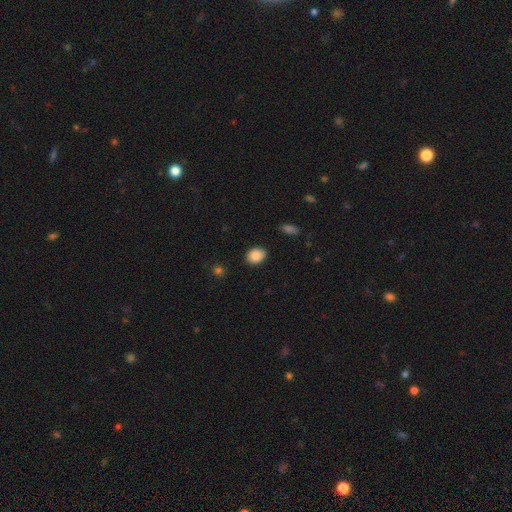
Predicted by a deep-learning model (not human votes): smooth_or_featured: smooth (p=0.88) [alt: star or artifact p=0.08]
how_rounded: in between (p=0.61) [alt: round p=0.38]
merging: none (p=0.87) [alt: minor disturbance p=0.09]